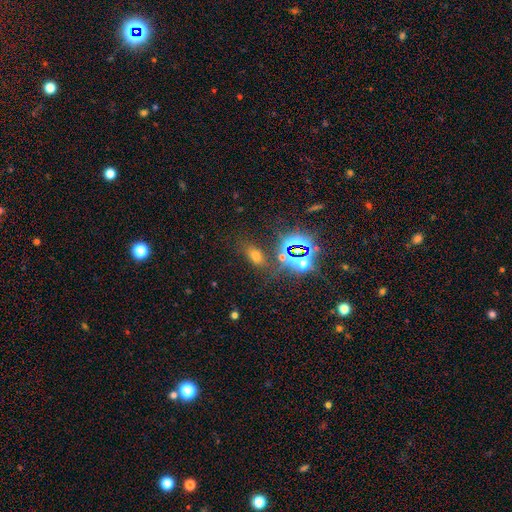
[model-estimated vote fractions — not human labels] smooth_or_featured: smooth (p=0.50) [alt: star or artifact p=0.40]
merging: none (p=0.75) [alt: minor disturbance p=0.12]